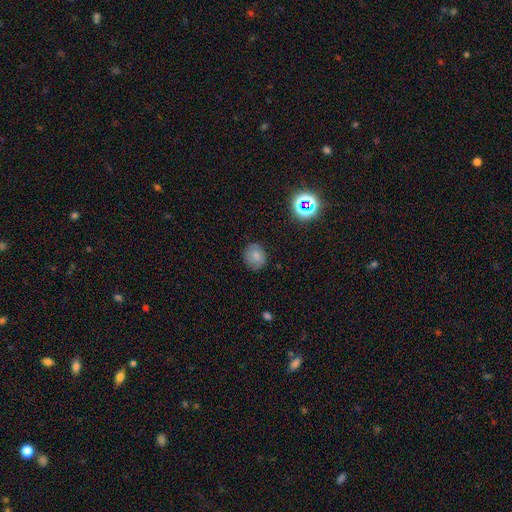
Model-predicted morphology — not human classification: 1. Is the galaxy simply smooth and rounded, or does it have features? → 76% smooth, 14% star or artifact, 10% featured or disk.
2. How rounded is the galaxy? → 71% round, 28% in between, 1% cigar-shaped.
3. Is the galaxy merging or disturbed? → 83% none, 12% minor disturbance, 3% major disturbance, 1% merger.